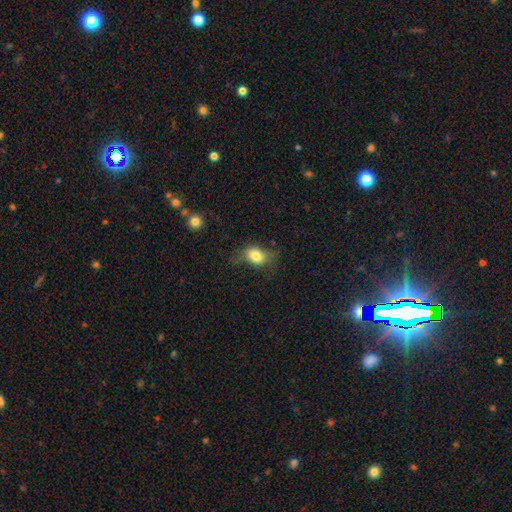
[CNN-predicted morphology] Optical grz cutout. It shows a smooth galaxy with no disk features (78%) that is in between round and cigar-shaped (68%). Merging: none (55%).